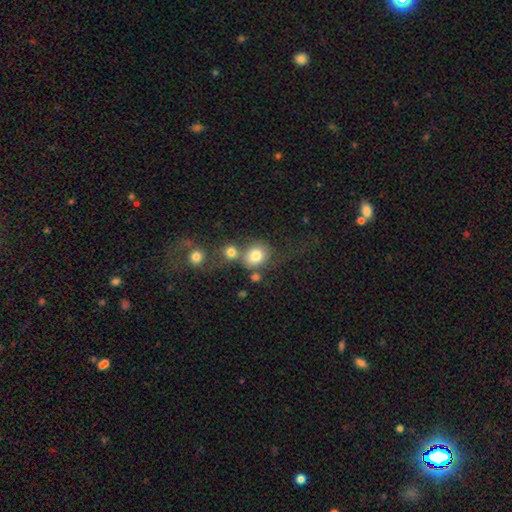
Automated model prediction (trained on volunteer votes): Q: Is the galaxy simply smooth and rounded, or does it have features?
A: smooth — 79%.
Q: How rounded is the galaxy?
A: round — 72%.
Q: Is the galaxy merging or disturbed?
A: merger — 40%.